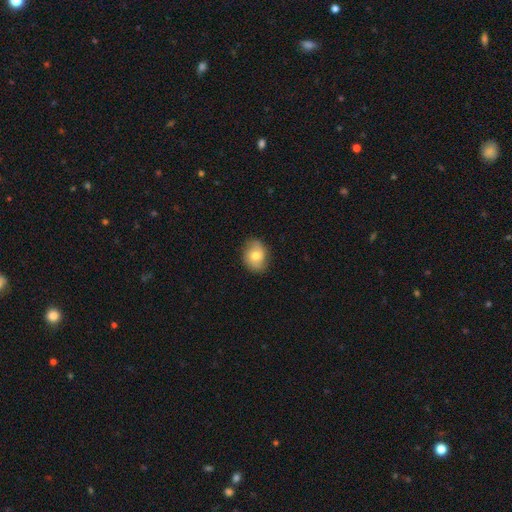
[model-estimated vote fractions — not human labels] smooth 67%, featured or disk 25%, star or artifact 8%. Down the decision tree: how rounded — in between (55%); merging — none (80%).